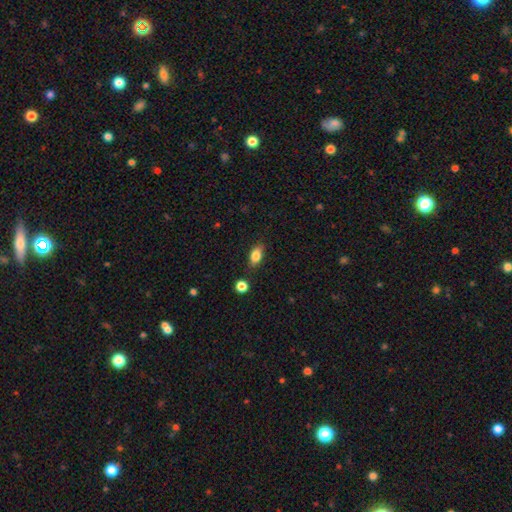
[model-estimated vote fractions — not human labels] Smooth or featured?
  - smooth: 82% *
  - featured or disk: 9%
  - star or artifact: 8%
How rounded?
  - in between: 85% *
  - round: 8%
  - cigar-shaped: 7%
Merging?
  - none: 83% *
  - minor disturbance: 12%
  - major disturbance: 3%
  - merger: 2%